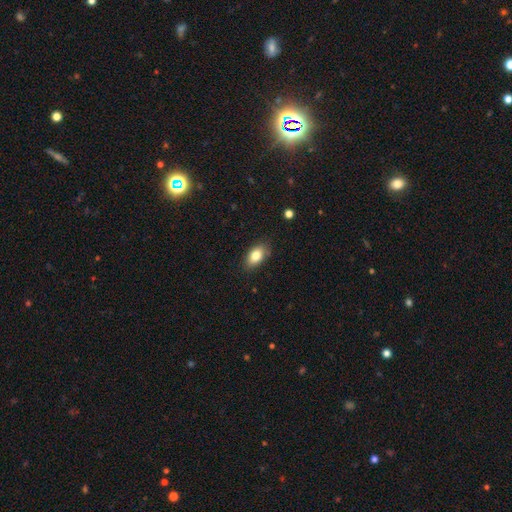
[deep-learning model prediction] The model was most divided on "smooth or featured": smooth: 81%, featured or disk: 11%, star or artifact: 8%. More confident: how rounded — in between (89%); merging — none (83%).